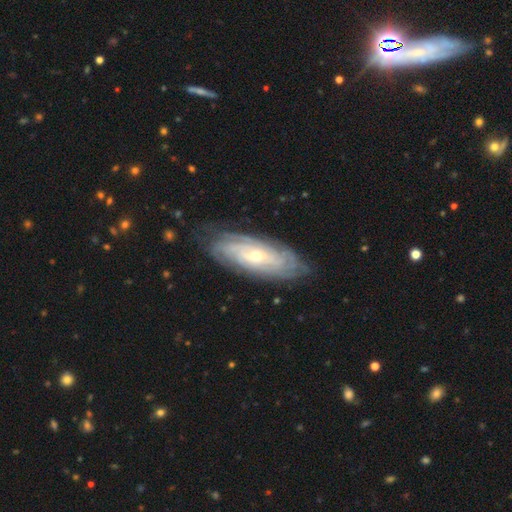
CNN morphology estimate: featured or disk 82%, smooth 12%, star or artifact 6%. Down the decision tree: edge-on disk — no (87%); bar — no (68%); spiral arms — yes (93%); spiral arm count — can't tell (52%); spiral winding — tight (78%); bulge size — small (58%); merging — none (79%).